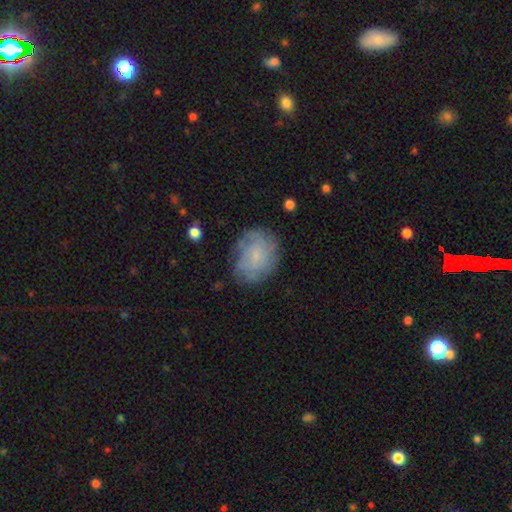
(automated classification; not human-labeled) Smooth or featured? Predicted: featured or disk (p=0.46). Merging? Predicted: none (p=0.70).